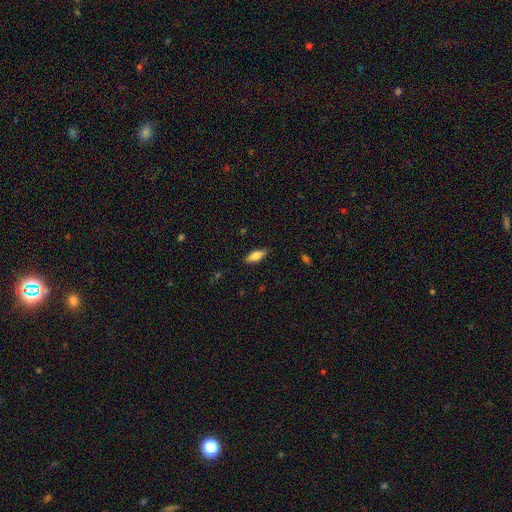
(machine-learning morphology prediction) Smooth or featured? smooth (73%)
How rounded? in between (73%)
Merging? none (86%)